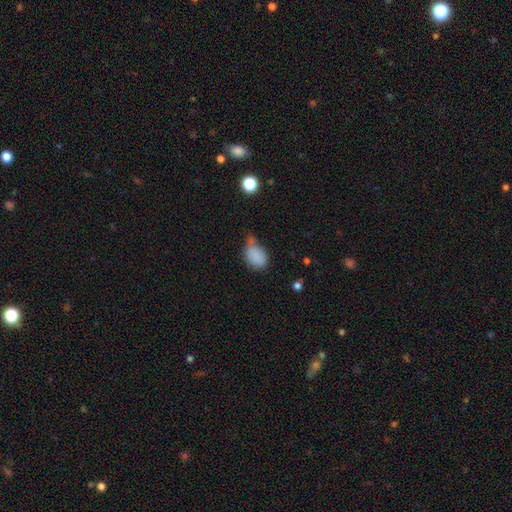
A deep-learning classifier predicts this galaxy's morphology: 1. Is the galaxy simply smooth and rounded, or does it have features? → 84% smooth, 9% star or artifact, 7% featured or disk.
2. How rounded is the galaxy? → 75% in between, 23% round, 1% cigar-shaped.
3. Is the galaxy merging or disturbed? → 37% none, 36% minor disturbance, 14% major disturbance, 12% merger.